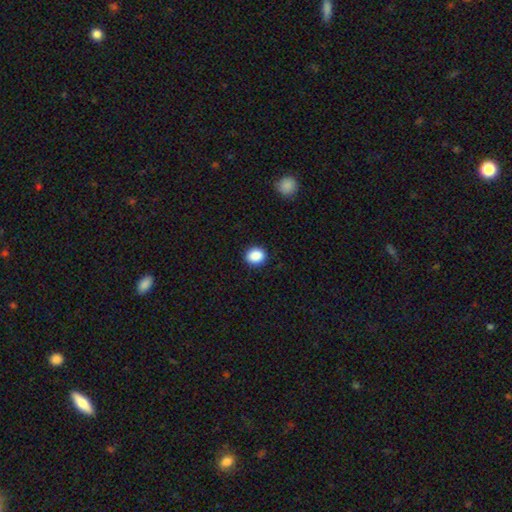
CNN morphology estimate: This appears to be a smooth galaxy with no disk features (88%) that is round (66%). Merging: none (90%).